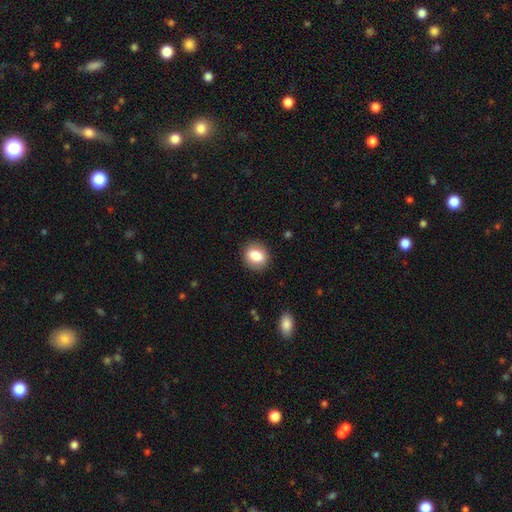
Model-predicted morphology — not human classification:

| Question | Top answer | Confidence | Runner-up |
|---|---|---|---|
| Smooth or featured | smooth | 83% | featured or disk (9%) |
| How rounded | round | 59% | in between (40%) |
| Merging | none | 87% | minor disturbance (9%) |